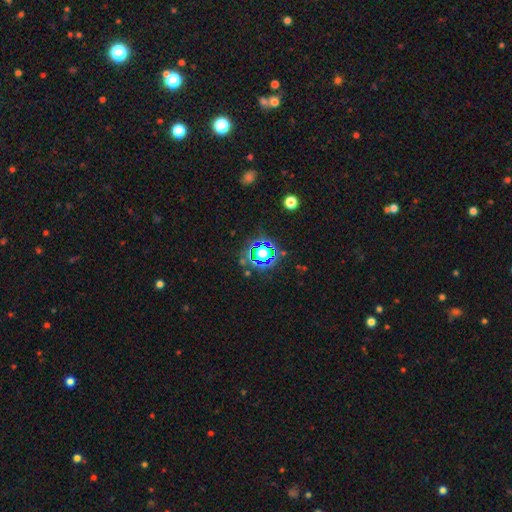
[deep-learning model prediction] The model was most divided on "smooth or featured": star or artifact: 77%, smooth: 15%, featured or disk: 8%.